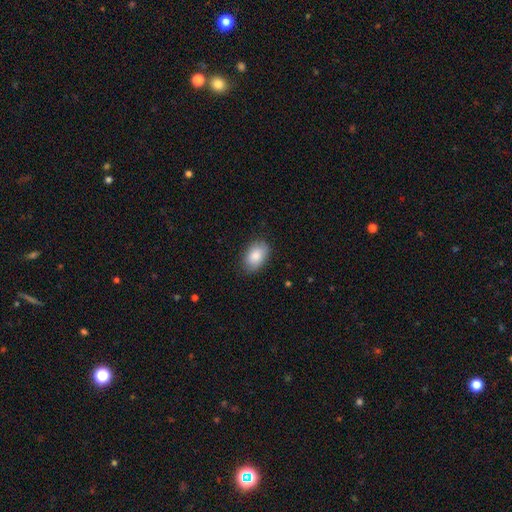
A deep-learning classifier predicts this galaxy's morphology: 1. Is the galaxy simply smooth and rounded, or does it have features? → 86% smooth, 7% featured or disk, 7% star or artifact.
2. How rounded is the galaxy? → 88% in between, 11% round, 1% cigar-shaped.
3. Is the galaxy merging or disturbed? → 83% none, 13% minor disturbance, 3% major disturbance, 1% merger.